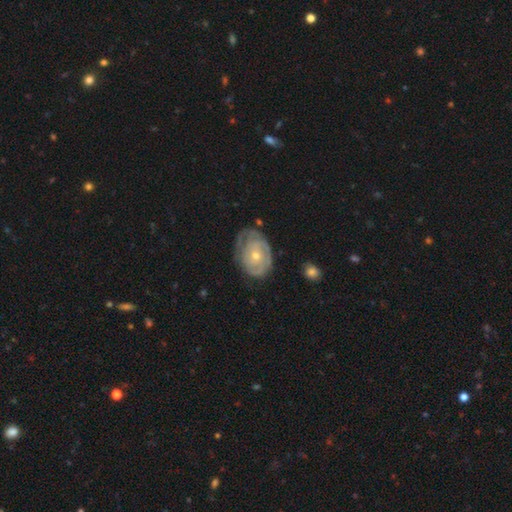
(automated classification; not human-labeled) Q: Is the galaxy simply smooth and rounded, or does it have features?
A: featured or disk — 78%.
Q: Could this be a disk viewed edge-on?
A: no — 97%.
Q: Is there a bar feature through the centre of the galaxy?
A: no — 79%.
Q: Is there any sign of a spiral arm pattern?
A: yes — 88%.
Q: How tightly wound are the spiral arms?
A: tight — 71%.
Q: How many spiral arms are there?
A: can't tell — 40%.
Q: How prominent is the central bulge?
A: small — 58%.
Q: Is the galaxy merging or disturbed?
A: none — 63%.